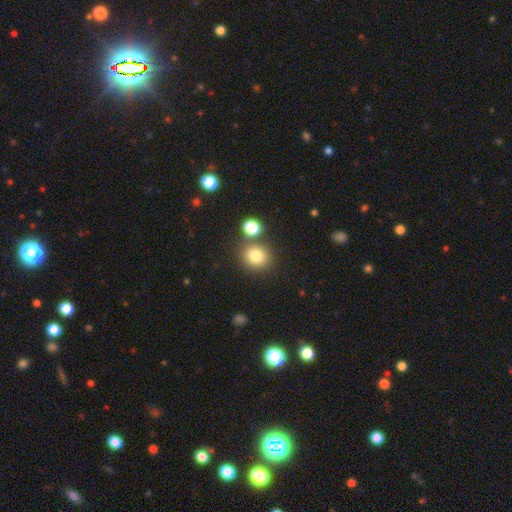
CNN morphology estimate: Smooth or featured?
  - smooth: 80% *
  - star or artifact: 13%
  - featured or disk: 7%
How rounded?
  - round: 82% *
  - in between: 17%
  - cigar-shaped: 1%
Merging?
  - none: 74% *
  - merger: 14%
  - minor disturbance: 9%
  - major disturbance: 3%